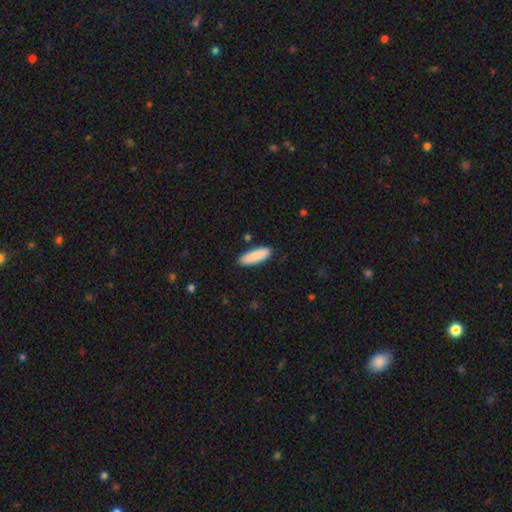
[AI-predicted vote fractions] A smooth galaxy with no disk features (89%) that is cigar-shaped (51%). Merging: none (88%).